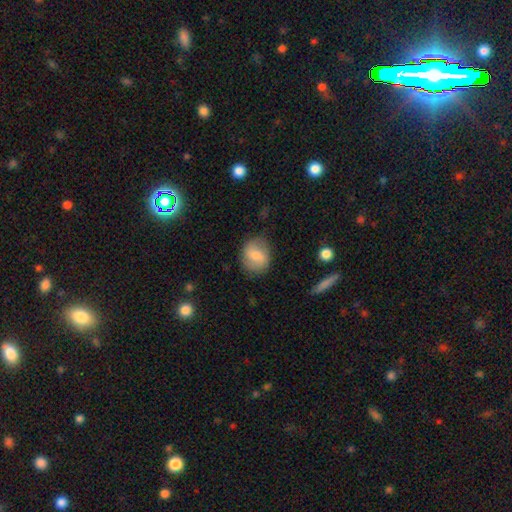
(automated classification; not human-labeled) Smooth or featured? Predicted: smooth (p=0.68). How rounded? Predicted: round (p=0.67). Merging? Predicted: none (p=0.77).